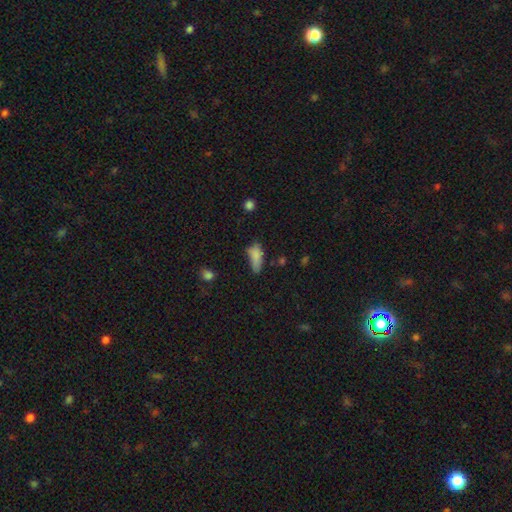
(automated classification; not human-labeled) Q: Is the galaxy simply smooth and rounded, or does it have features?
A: smooth — 78%.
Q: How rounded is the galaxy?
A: in between — 74%.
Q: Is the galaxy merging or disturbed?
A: none — 38%.